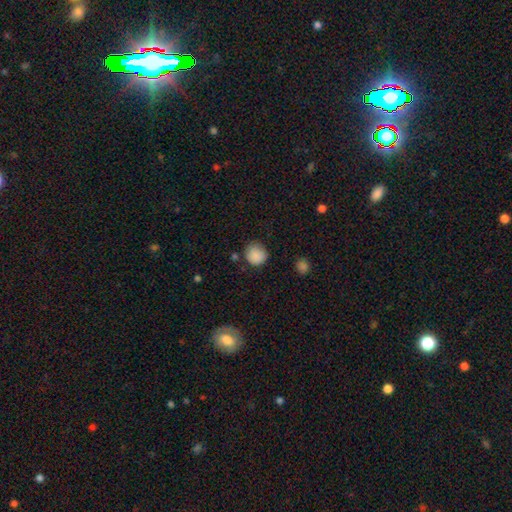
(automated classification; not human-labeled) A smooth galaxy with no disk features (87%) that is round (89%).

Vote fractions:
- Smooth or featured? smooth: 87% / star or artifact: 9% / featured or disk: 4%
- How rounded? round: 89% / in between: 10% / cigar-shaped: 1%
- Merging? none: 76% / minor disturbance: 17% / major disturbance: 4% / merger: 3%